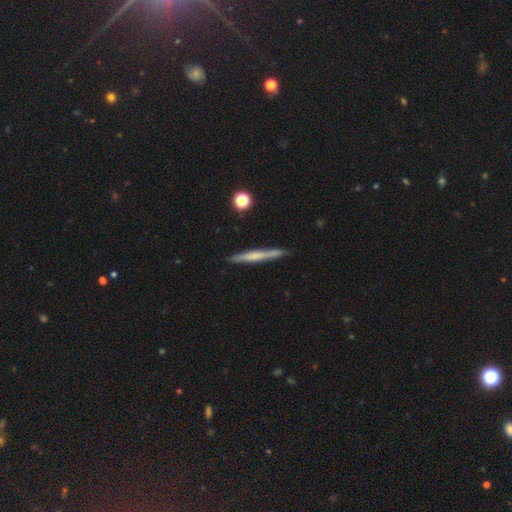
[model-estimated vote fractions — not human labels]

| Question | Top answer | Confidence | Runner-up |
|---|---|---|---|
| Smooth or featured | smooth | 48% | featured or disk (46%) |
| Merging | none | 86% | minor disturbance (10%) |